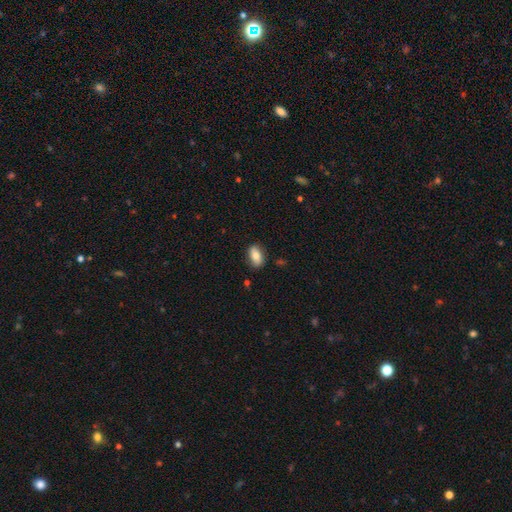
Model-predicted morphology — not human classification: Smooth or featured? Predicted: smooth (p=0.76). How rounded? Predicted: in between (p=0.89). Merging? Predicted: none (p=0.85).